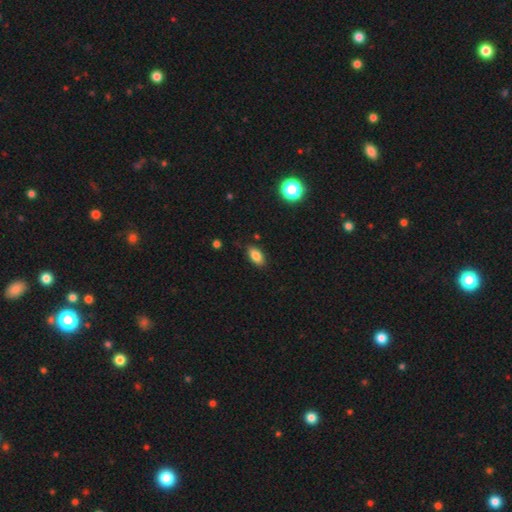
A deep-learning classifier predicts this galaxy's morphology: smooth-or-featured: smooth: 83% | star or artifact: 9% | featured or disk: 8%
  how-rounded: in between: 91% | round: 5% | cigar-shaped: 5%
  merging: none: 85% | minor disturbance: 11% | major disturbance: 2% | merger: 1%